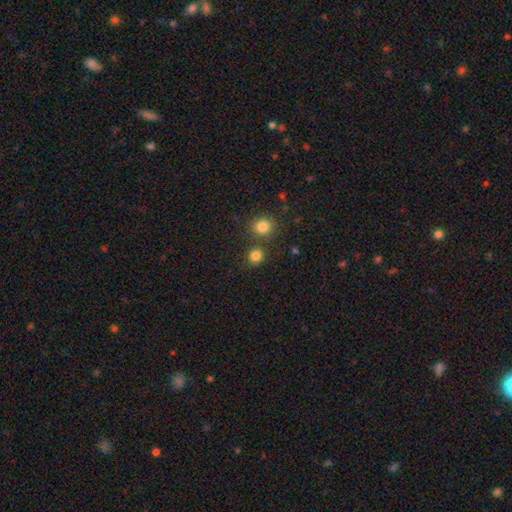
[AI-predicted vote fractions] smooth-or-featured: smooth: 83% | star or artifact: 13% | featured or disk: 4%
  how-rounded: round: 84% | in between: 15% | cigar-shaped: 1%
  merging: none: 75% | merger: 14% | minor disturbance: 8% | major disturbance: 3%